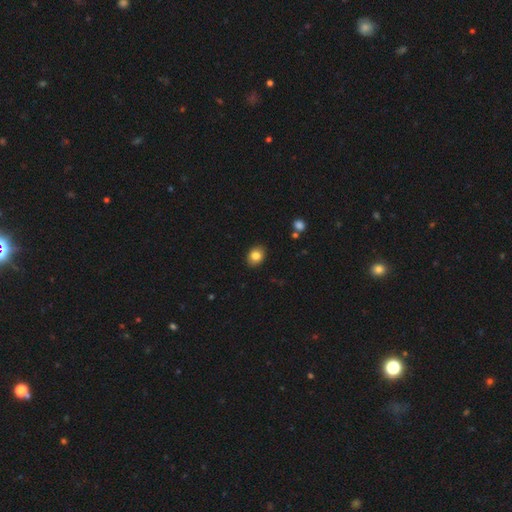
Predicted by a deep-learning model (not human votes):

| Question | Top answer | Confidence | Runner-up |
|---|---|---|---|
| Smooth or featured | smooth | 83% | star or artifact (9%) |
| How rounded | in between | 51% | round (48%) |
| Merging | none | 89% | minor disturbance (8%) |